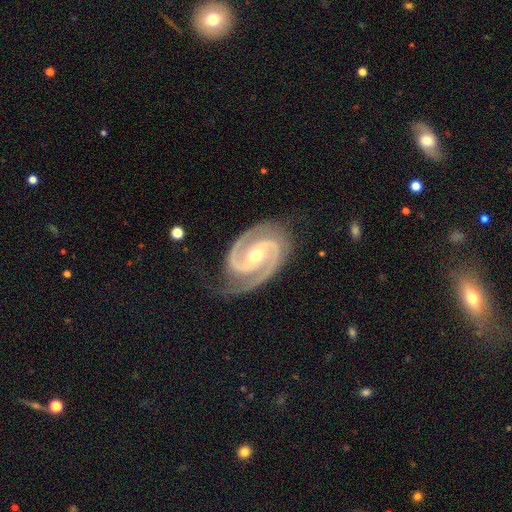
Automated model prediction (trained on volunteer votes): Overall: featured or disk (95%). Edge-on disk: no (98%). Bar: strong (40%; weak 36%). Spiral arms: yes (99%). Spiral arm count: 2 (94%). Spiral winding: medium (51%; tight 43%). Bulge size: moderate (56%; small 41%). Merging: none (80%).